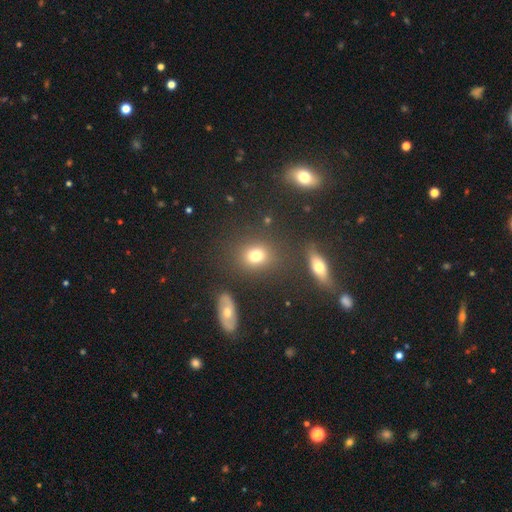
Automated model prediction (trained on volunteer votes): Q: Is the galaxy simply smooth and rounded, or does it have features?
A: smooth — 76%.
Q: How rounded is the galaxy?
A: round — 60%.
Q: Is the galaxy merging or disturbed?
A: none — 79%.